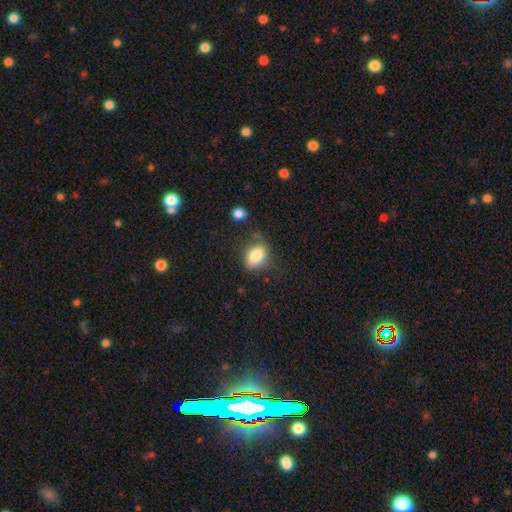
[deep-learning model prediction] smooth_or_featured: smooth (p=0.83) [alt: featured or disk p=0.09]
how_rounded: in between (p=0.78) [alt: round p=0.20]
merging: none (p=0.66) [alt: minor disturbance p=0.22]